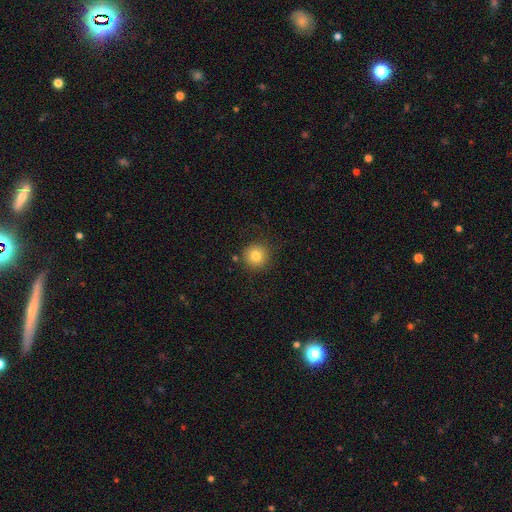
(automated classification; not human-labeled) smooth-or-featured: smooth: 81% | star or artifact: 11% | featured or disk: 8%
  how-rounded: round: 94% | in between: 5% | cigar-shaped: 1%
  merging: none: 86% | minor disturbance: 8% | major disturbance: 3% | merger: 2%